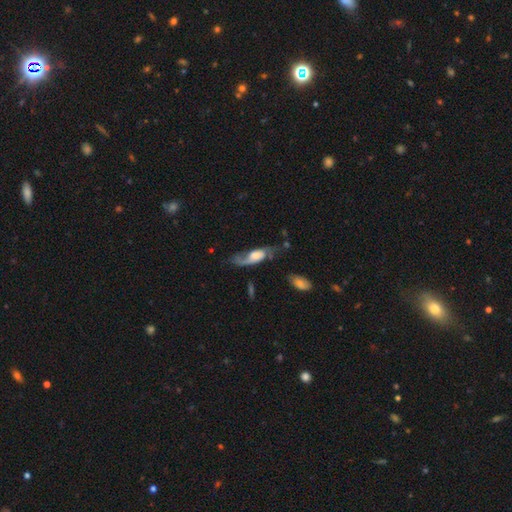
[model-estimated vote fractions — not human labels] Smooth or featured: featured or disk — 67% (smooth — 27%)
Edge-on disk: no — 83% (yes — 17%)
Bar: no — 61% (weak — 31%)
Spiral arms: yes — 86% (no — 14%)
Bulge size: large — 38% (moderate — 35%)
Merging: none — 44% (major disturbance — 27%)